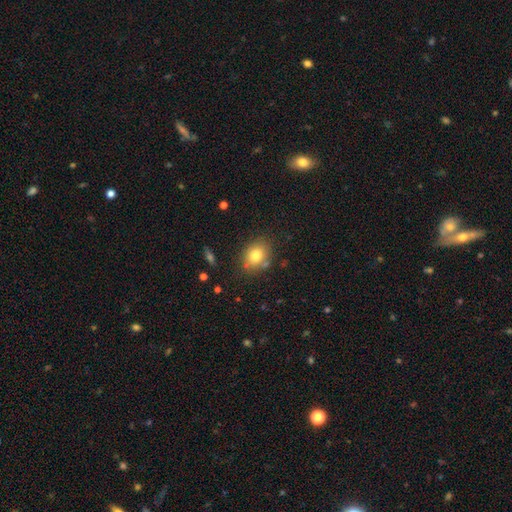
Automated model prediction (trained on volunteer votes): Smooth or featured?
  - smooth: 78% *
  - featured or disk: 12%
  - star or artifact: 10%
How rounded?
  - in between: 54% *
  - round: 45%
  - cigar-shaped: 1%
Merging?
  - none: 76% *
  - minor disturbance: 15%
  - merger: 5%
  - major disturbance: 4%